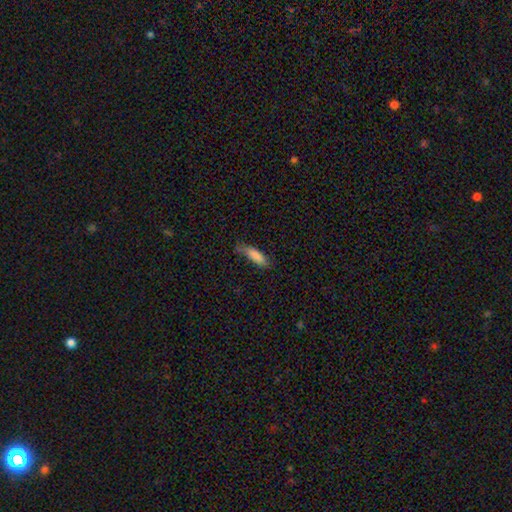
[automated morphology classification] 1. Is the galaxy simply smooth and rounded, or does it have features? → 84% smooth, 9% featured or disk, 7% star or artifact.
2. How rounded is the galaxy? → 55% cigar-shaped, 43% in between, 2% round.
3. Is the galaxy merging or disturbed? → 58% none, 31% minor disturbance, 8% major disturbance, 2% merger.